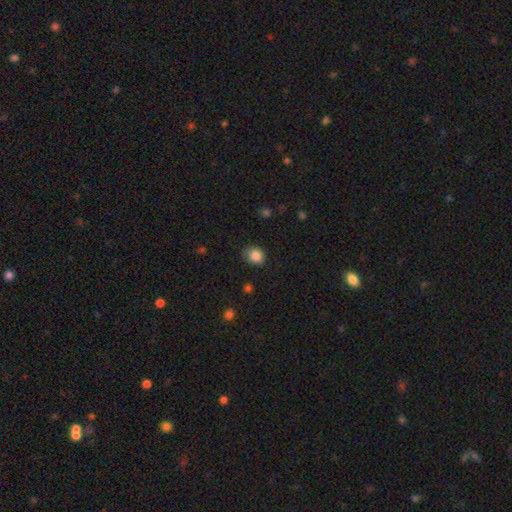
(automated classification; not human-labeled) A smooth galaxy with no disk features (85%) that is round (60%). Merging: none (74%).